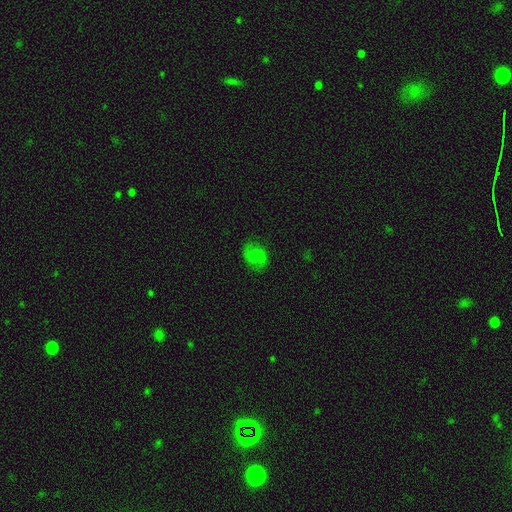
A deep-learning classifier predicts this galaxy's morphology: Q: Smooth or featured?
A: smooth (46%); runner-up: featured or disk (39%)
Q: Merging?
A: none (75%); runner-up: minor disturbance (17%)